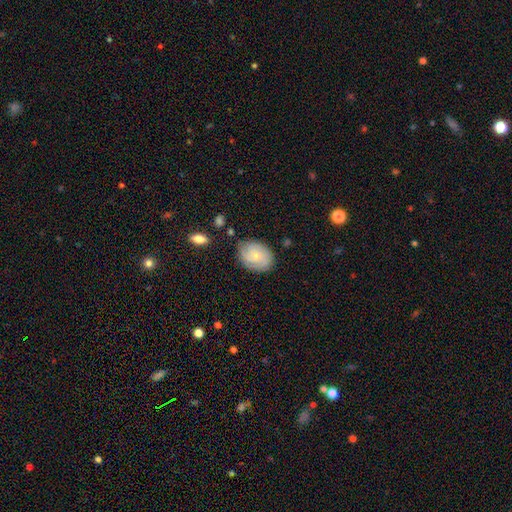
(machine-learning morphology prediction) Overall: smooth (48%; featured or disk 45%). Merging: none (75%).